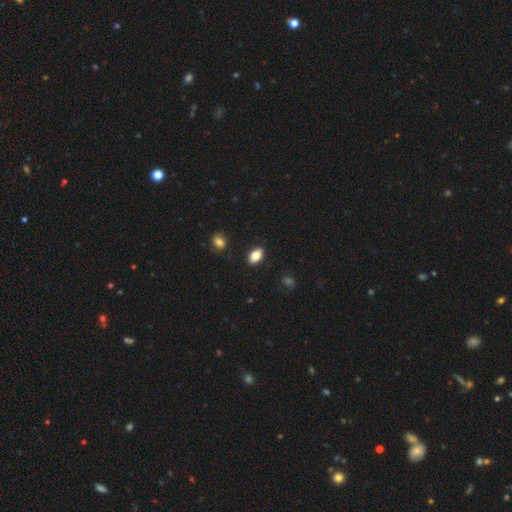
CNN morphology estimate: A smooth galaxy with no disk features (79%) that is in between round and cigar-shaped (88%). Merging: none (88%).